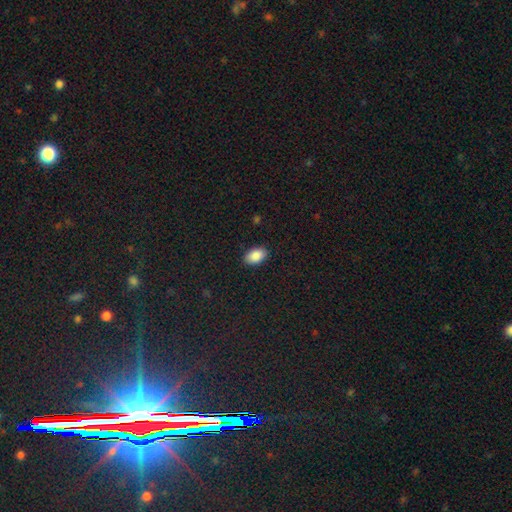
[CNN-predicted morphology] Smooth or featured? Predicted: smooth (p=0.89). How rounded? Predicted: in between (p=0.92). Merging? Predicted: none (p=0.88).